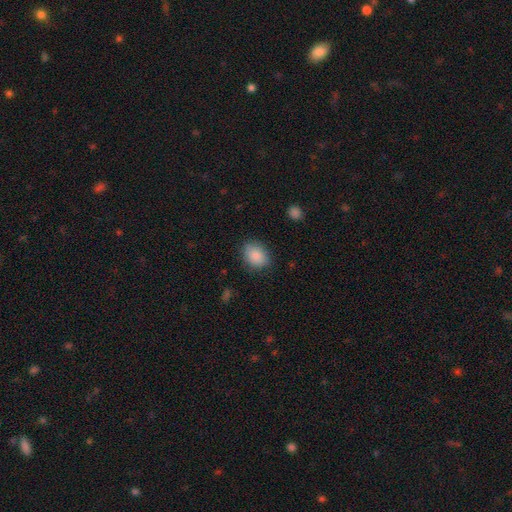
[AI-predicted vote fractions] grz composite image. It shows a smooth galaxy with no disk features (88%) that is in between round and cigar-shaped (60%). Merging: none (82%).